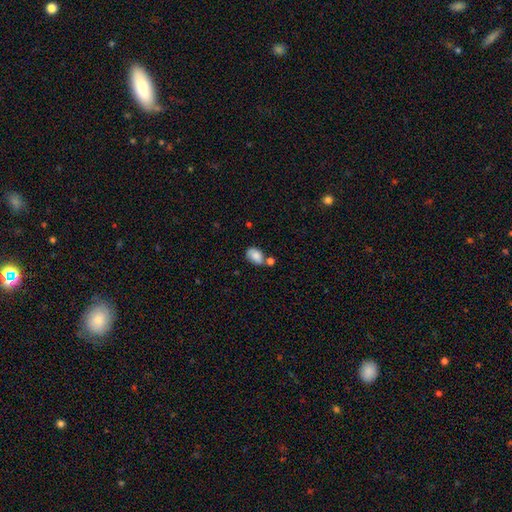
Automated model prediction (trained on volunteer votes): Q: Smooth or featured?
A: smooth (77%); runner-up: featured or disk (14%)
Q: How rounded?
A: in between (85%); runner-up: round (14%)
Q: Merging?
A: none (45%); runner-up: merger (26%)